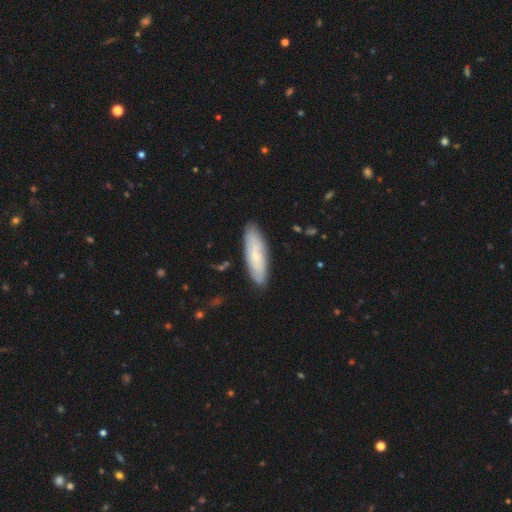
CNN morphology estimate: type=smooth (57%); roundness=cigar-shaped (49%, tied with in between); merging=none (85%).